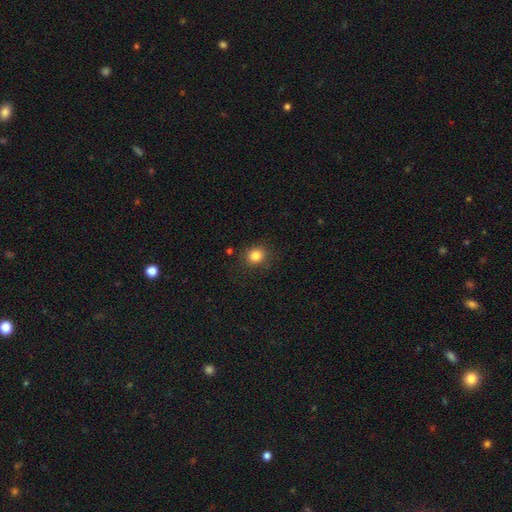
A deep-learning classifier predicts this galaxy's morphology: type=smooth (83%); roundness=round (79%); merging=none (85%).